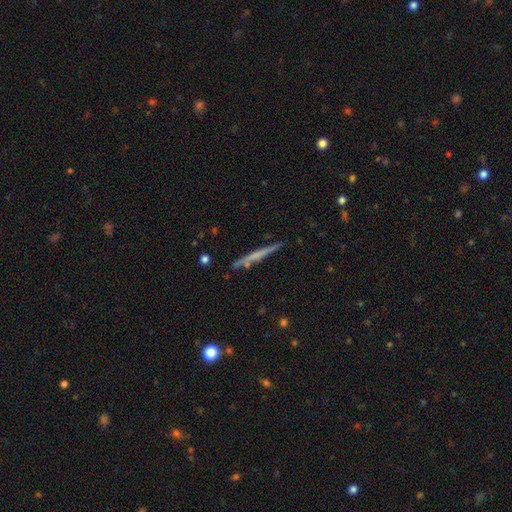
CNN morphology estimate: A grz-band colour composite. It shows a featured or disk galaxy (52%) viewed edge-on (96%). Merging: none (85%).